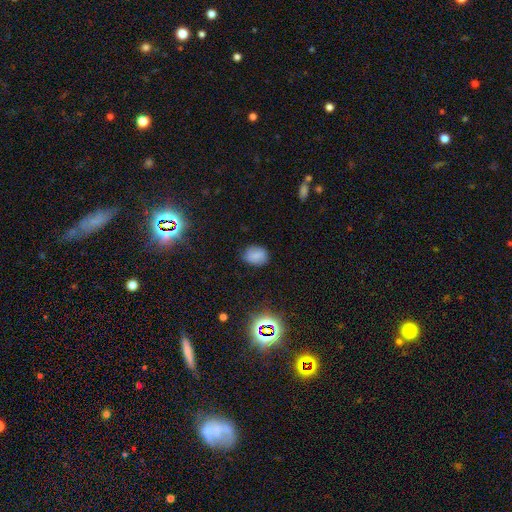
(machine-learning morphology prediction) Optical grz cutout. It shows a smooth galaxy with no disk features (77%) that is in between round and cigar-shaped (54%). Merging: none (80%).